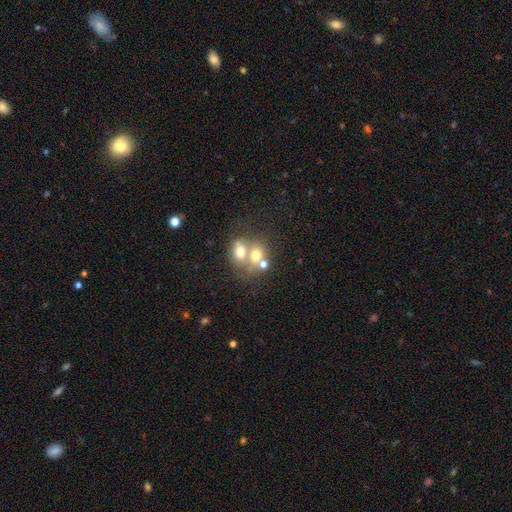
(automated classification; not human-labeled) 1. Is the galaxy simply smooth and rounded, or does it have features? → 64% smooth, 23% featured or disk, 13% star or artifact.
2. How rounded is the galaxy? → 52% round, 47% in between, 1% cigar-shaped.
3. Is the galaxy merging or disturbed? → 63% merger, 26% none, 7% minor disturbance, 5% major disturbance.